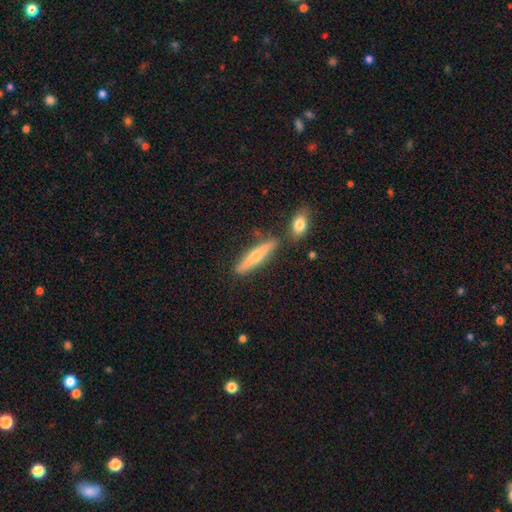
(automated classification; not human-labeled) A smooth galaxy with no disk features (54%) that is cigar-shaped (86%). Merging: none (78%).